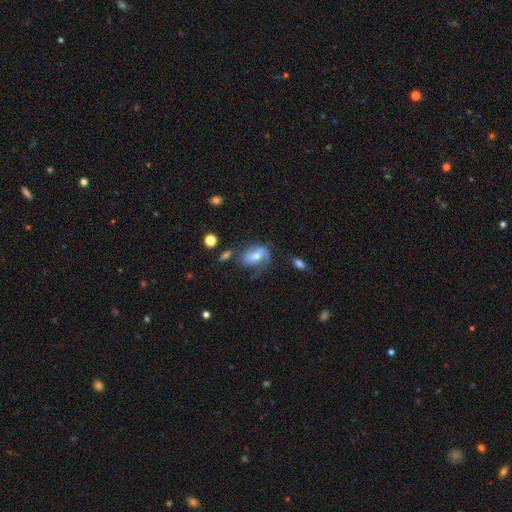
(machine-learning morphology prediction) The model was most divided on "smooth or featured": featured or disk: 48%, smooth: 43%, star or artifact: 9%. Remaining: merging — none (38%).